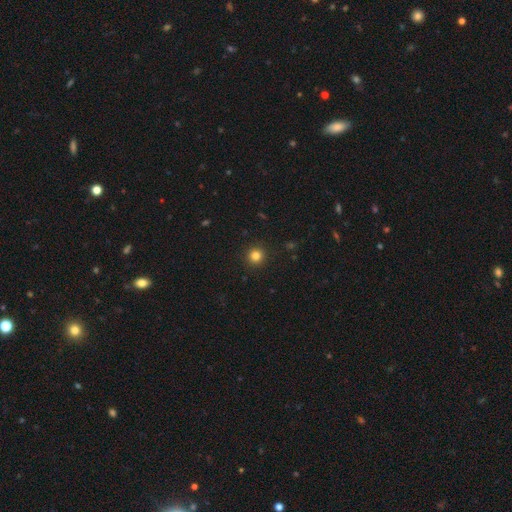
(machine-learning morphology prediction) A smooth galaxy with no disk features (82%) that is round (95%). Merging: none (92%).